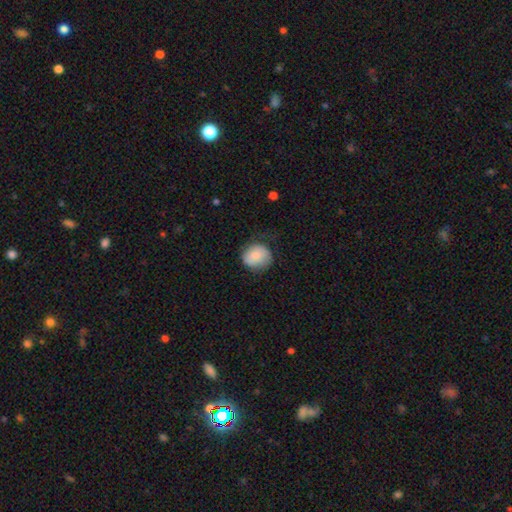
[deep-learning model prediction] Q: Smooth or featured?
A: smooth (81%); runner-up: featured or disk (12%)
Q: How rounded?
A: round (74%); runner-up: in between (25%)
Q: Merging?
A: none (59%); runner-up: minor disturbance (28%)